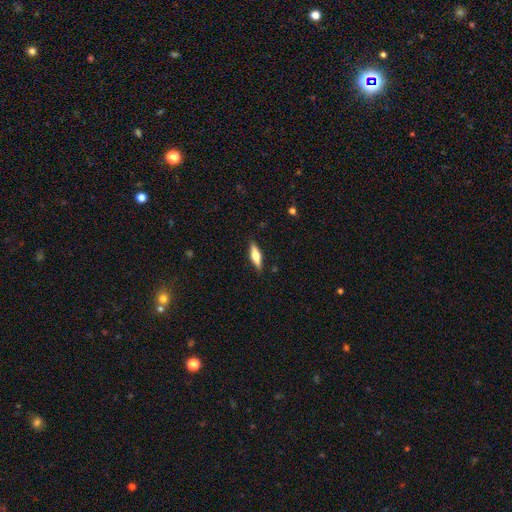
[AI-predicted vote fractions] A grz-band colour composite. It shows a smooth galaxy with no disk features (54%) that is cigar-shaped (60%). Merging: none (88%).